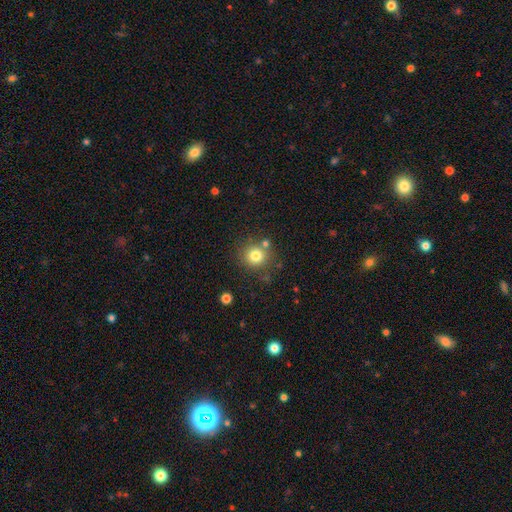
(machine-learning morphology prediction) smooth 79%, star or artifact 13%, featured or disk 8%. Down the decision tree: how rounded — round (91%); merging — none (78%).